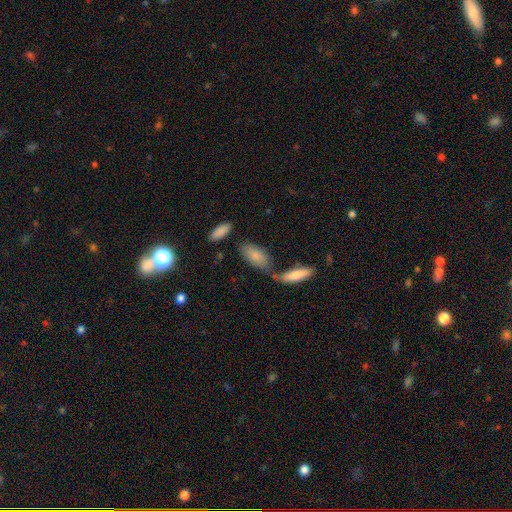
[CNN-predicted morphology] A smooth galaxy with no disk features (82%) that is in between round and cigar-shaped (87%).

Vote fractions:
- Smooth or featured? smooth: 82% / featured or disk: 11% / star or artifact: 7%
- How rounded? in between: 87% / cigar-shaped: 11% / round: 2%
- Merging? none: 46% / merger: 32% / minor disturbance: 16% / major disturbance: 6%